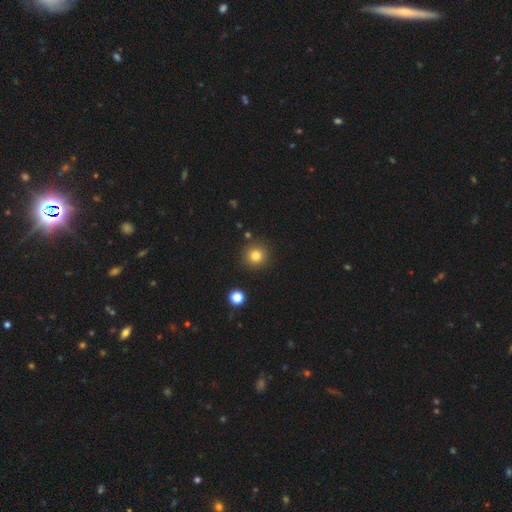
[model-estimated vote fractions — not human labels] smooth_or_featured: smooth (p=0.81) [alt: star or artifact p=0.13]
how_rounded: round (p=0.94) [alt: in between p=0.05]
merging: none (p=0.89) [alt: minor disturbance p=0.06]